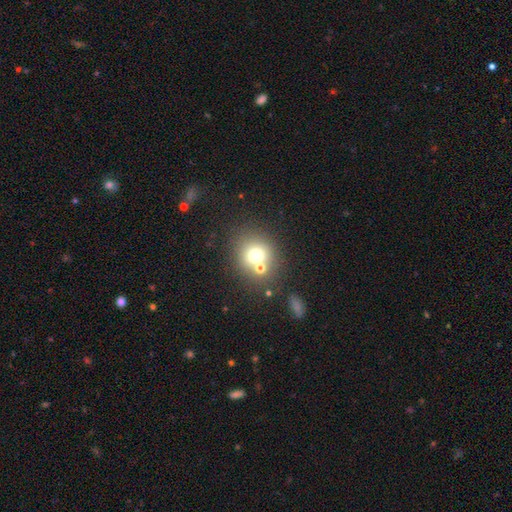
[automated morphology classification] Smooth or featured: smooth — 69% (featured or disk — 16%)
How rounded: round — 82% (in between — 17%)
Merging: none — 55% (merger — 31%)